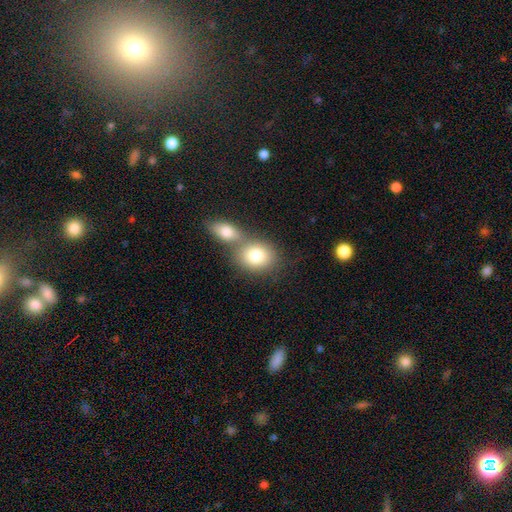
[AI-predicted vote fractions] The model was most divided on "how rounded": in between: 51%, round: 47%, cigar-shaped: 1%. Remaining: smooth or featured — smooth (80%); merging — merger (49%).